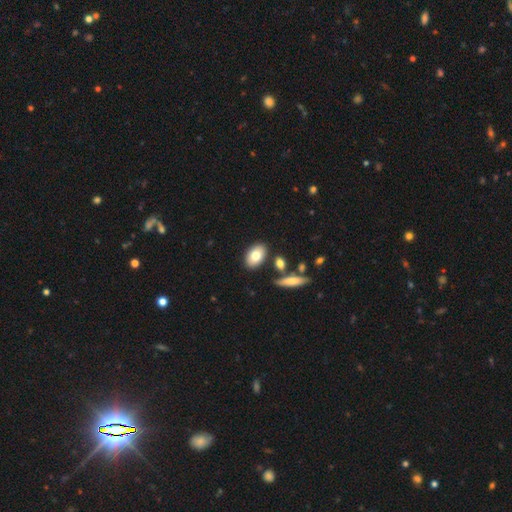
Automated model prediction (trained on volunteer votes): smooth-or-featured: smooth: 78% | featured or disk: 15% | star or artifact: 7%
  how-rounded: in between: 90% | round: 8% | cigar-shaped: 2%
  merging: none: 81% | minor disturbance: 10% | merger: 7% | major disturbance: 2%